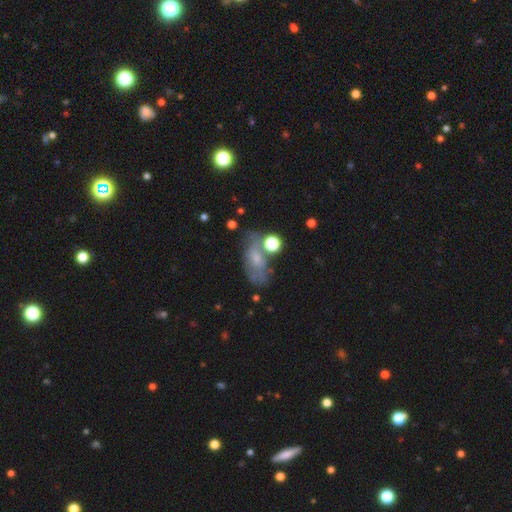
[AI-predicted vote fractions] The model was most divided on "smooth or featured": smooth: 45%, featured or disk: 38%, star or artifact: 17%. Remaining: merging — none (48%).